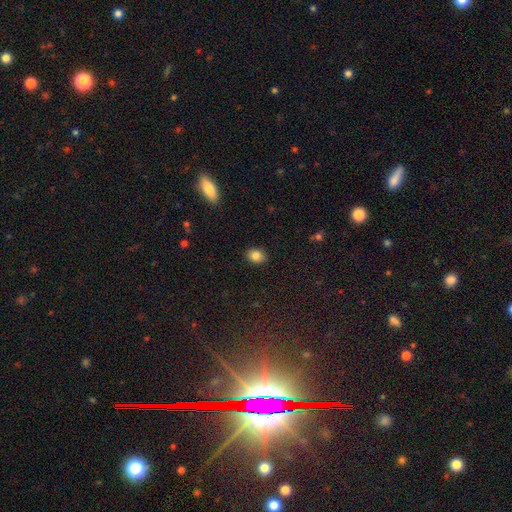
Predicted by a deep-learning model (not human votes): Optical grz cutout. It shows a smooth galaxy with no disk features (84%) that is in between round and cigar-shaped (63%). Merging: none (89%).